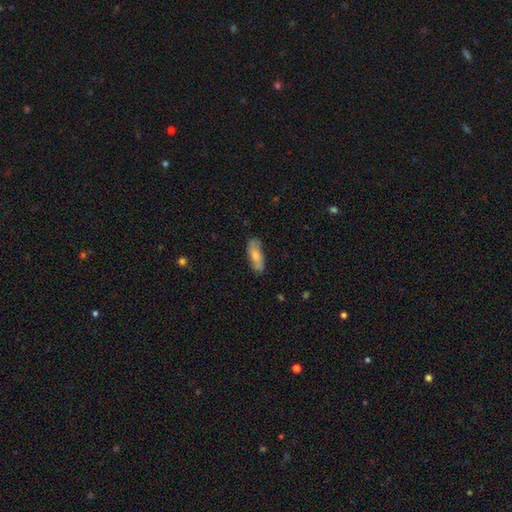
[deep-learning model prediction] smooth 76%, featured or disk 18%, star or artifact 6%. Down the decision tree: how rounded — in between (71%); merging — none (77%).